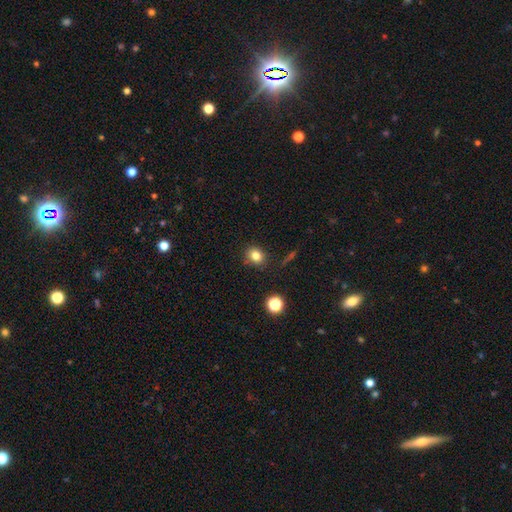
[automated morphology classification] Overall: smooth (81%). How rounded: round (70%). Merging: none (84%).